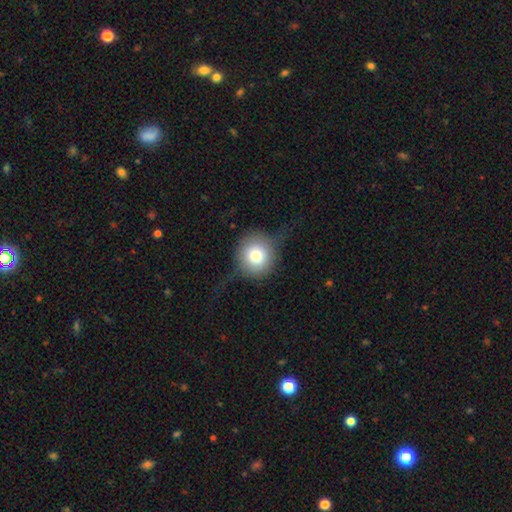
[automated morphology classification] type=smooth (69%); roundness=round (92%); merging=none (63%).